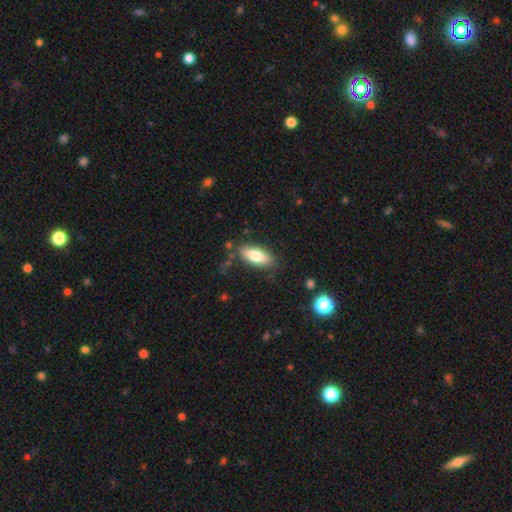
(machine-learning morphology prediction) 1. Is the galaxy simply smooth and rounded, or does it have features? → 76% smooth, 17% featured or disk, 7% star or artifact.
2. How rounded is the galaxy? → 80% in between, 18% cigar-shaped, 2% round.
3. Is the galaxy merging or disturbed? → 79% none, 14% minor disturbance, 4% major disturbance, 3% merger.